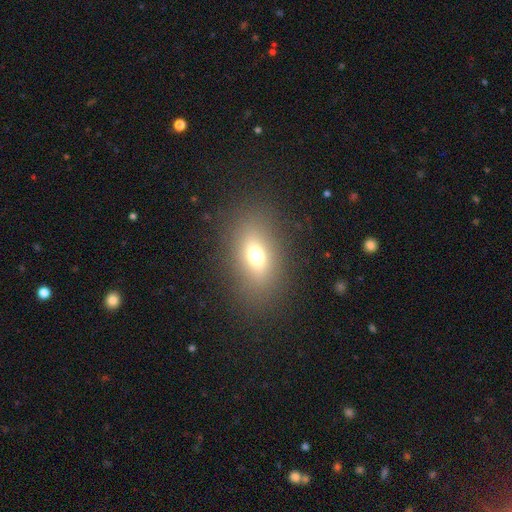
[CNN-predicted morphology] Smooth or featured? smooth (66%)
How rounded? in between (78%)
Merging? none (83%)